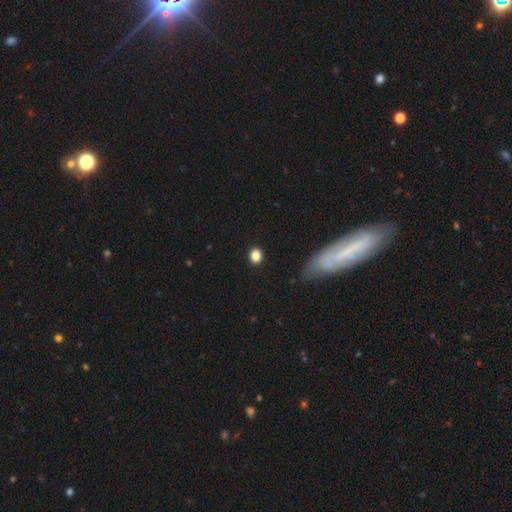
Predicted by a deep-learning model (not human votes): This appears to be a smooth galaxy with no disk features (85%) that is round (59%). Merging: none (90%).